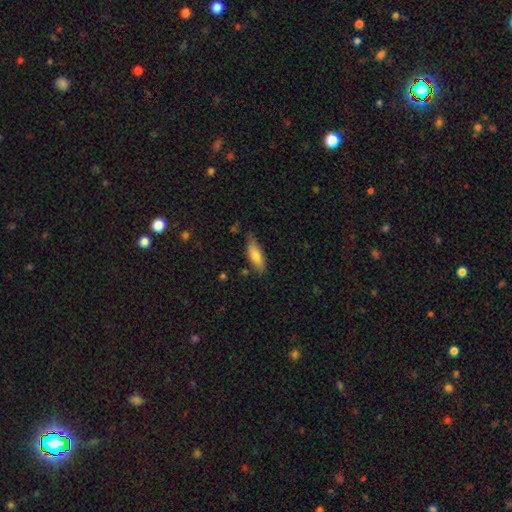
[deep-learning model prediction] The model was most divided on "how rounded": in between: 62%, cigar-shaped: 37%, round: 2%. More confident: smooth or featured — smooth (80%); merging — none (69%).